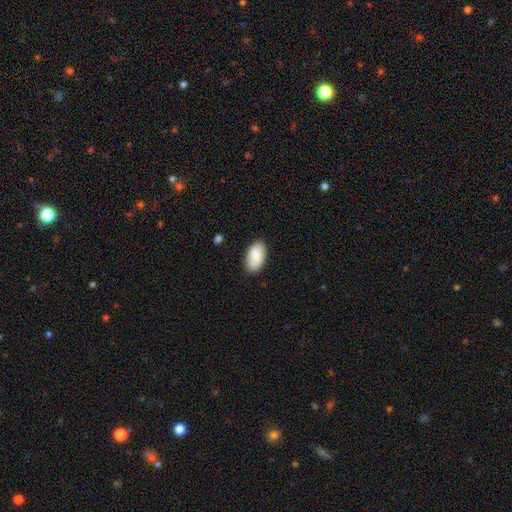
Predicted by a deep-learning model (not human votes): Overall: smooth (85%). How rounded: in between (95%). Merging: none (82%).